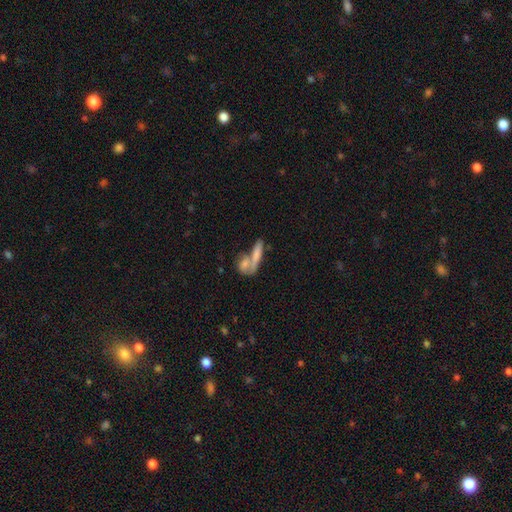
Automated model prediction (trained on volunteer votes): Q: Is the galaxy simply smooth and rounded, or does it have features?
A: smooth — 70%.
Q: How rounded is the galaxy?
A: cigar-shaped — 63%.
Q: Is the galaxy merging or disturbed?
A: merger — 48%.